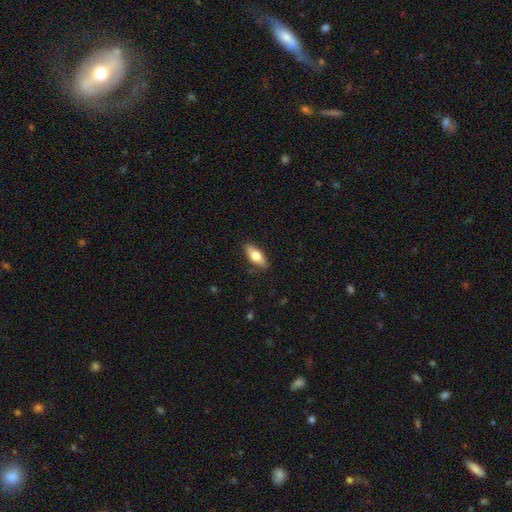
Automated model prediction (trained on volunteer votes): A smooth galaxy with no disk features (69%) that is in between round and cigar-shaped (73%). Merging: none (86%).